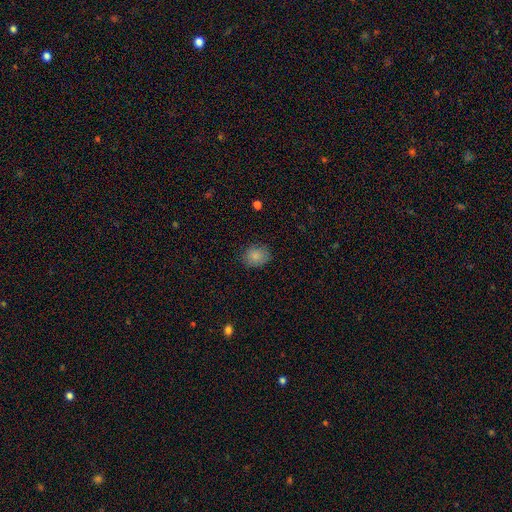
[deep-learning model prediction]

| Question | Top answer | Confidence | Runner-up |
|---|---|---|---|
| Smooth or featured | smooth | 85% | star or artifact (9%) |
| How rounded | round | 63% | in between (36%) |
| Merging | none | 82% | minor disturbance (14%) |